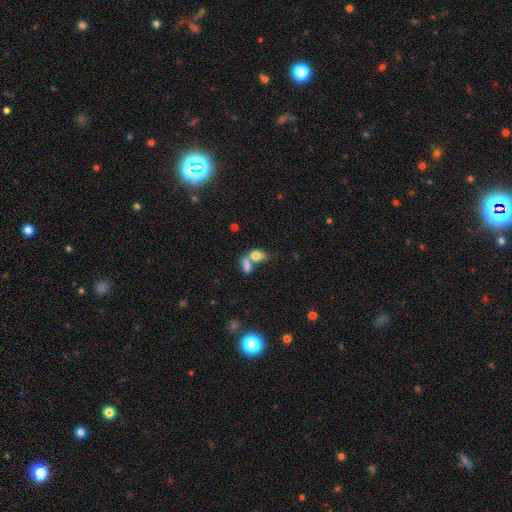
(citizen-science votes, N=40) A smooth galaxy with no disk features (80%) that is in between round and cigar-shaped (75%). Merging: merger (43%).